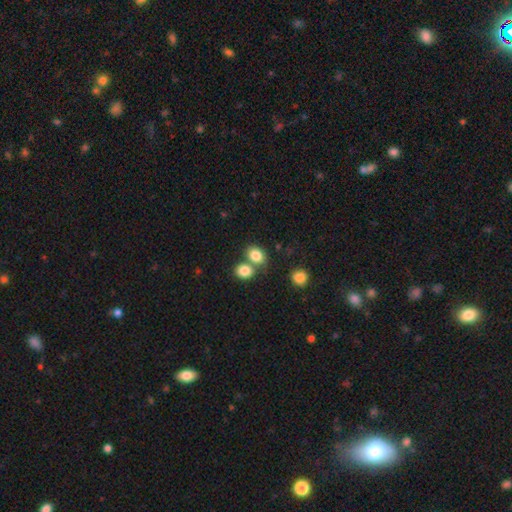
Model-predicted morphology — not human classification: A smooth galaxy with no disk features (83%) that is in between round and cigar-shaped (62%). Merging: none (47%).